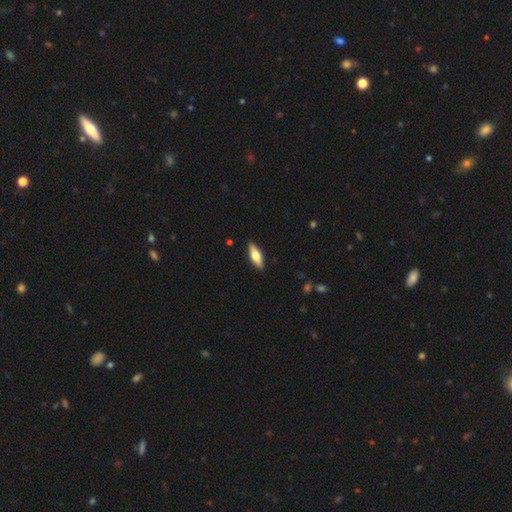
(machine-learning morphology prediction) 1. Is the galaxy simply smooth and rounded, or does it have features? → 60% smooth, 35% featured or disk, 5% star or artifact.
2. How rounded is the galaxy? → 62% in between, 36% cigar-shaped, 2% round.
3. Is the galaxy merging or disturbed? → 90% none, 8% minor disturbance, 2% major disturbance, 1% merger.